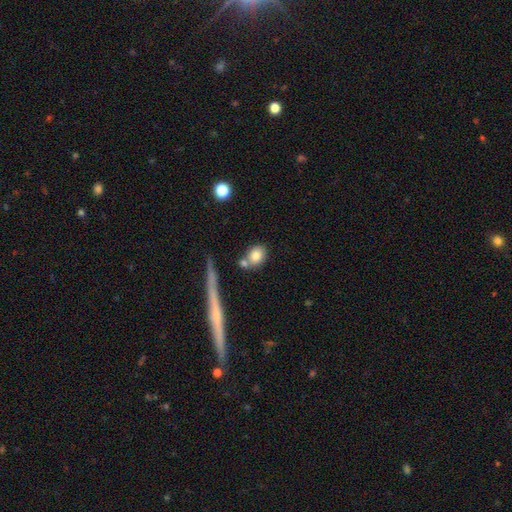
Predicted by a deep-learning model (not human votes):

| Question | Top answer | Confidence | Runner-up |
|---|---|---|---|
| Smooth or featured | smooth | 79% | featured or disk (13%) |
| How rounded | round | 55% | in between (42%) |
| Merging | none | 63% | merger (20%) |